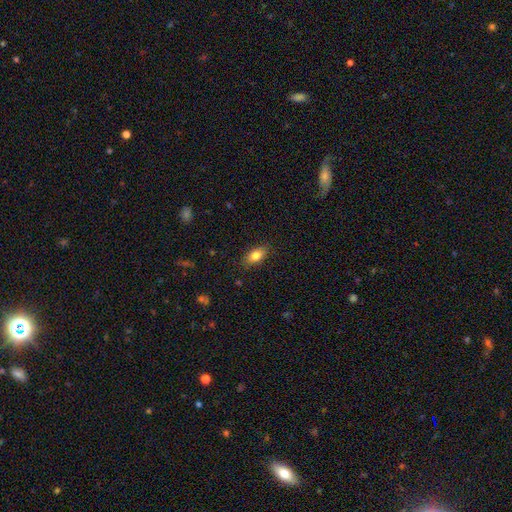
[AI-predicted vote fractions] Smooth or featured? smooth (80%)
How rounded? in between (86%)
Merging? none (86%)